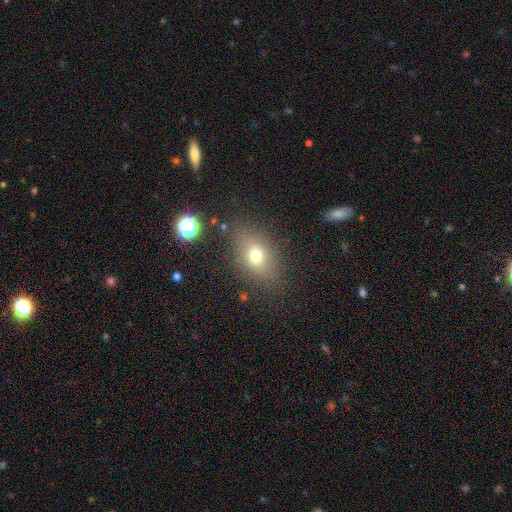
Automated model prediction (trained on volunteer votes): smooth-or-featured: smooth: 68% | featured or disk: 16% | star or artifact: 16%
  how-rounded: in between: 73% | round: 24% | cigar-shaped: 3%
  merging: none: 79% | minor disturbance: 13% | major disturbance: 5% | merger: 2%